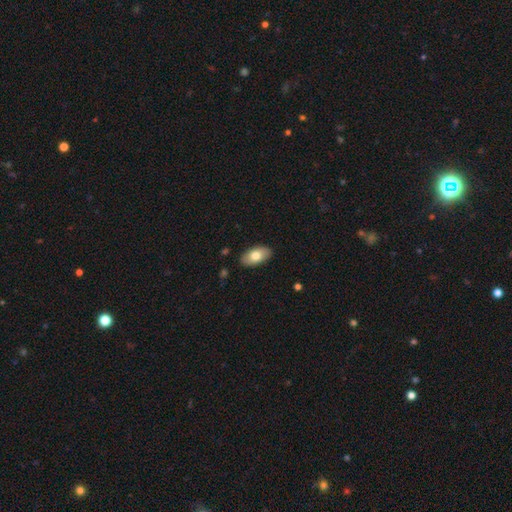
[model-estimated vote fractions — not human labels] Overall: smooth (75%). How rounded: in between (95%). Merging: none (88%).